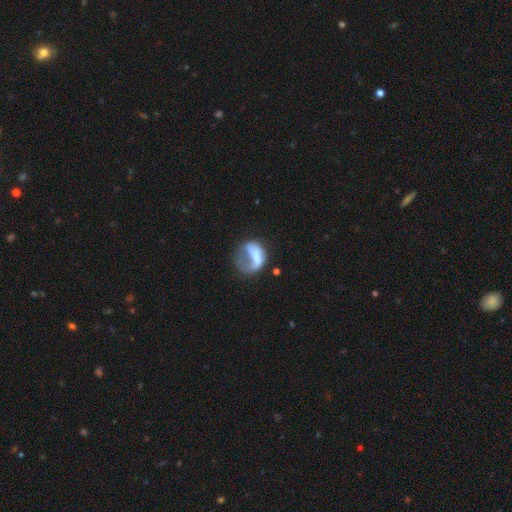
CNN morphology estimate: A featured or disk galaxy (47%).

Vote fractions:
- Smooth or featured? featured or disk: 47% / smooth: 44% / star or artifact: 9%
- Merging? major disturbance: 52% / none: 24% / minor disturbance: 17% / merger: 7%